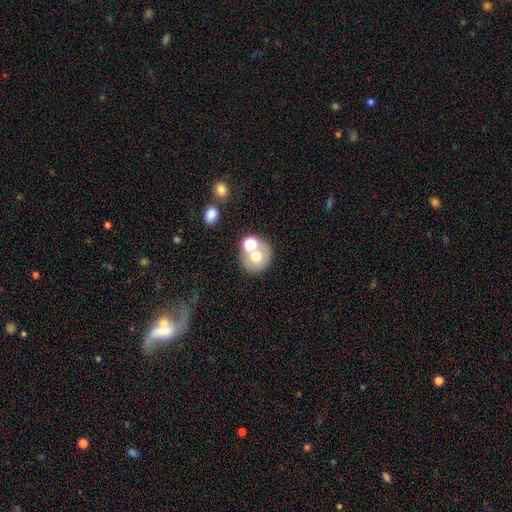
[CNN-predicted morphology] Smooth or featured: smooth — 65% (featured or disk — 24%)
How rounded: round — 79% (in between — 20%)
Merging: none — 52% (merger — 34%)